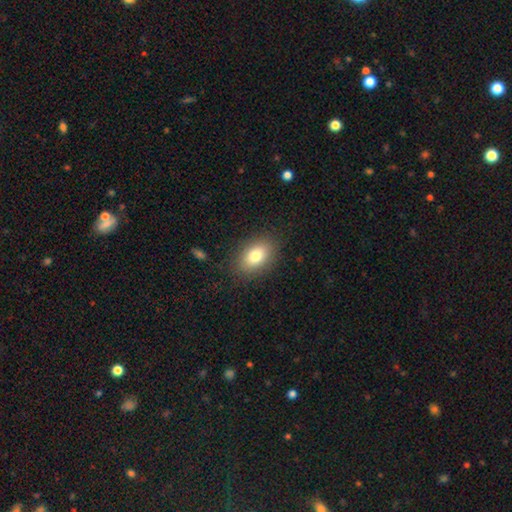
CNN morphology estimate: smooth_or_featured: smooth (p=0.80) [alt: featured or disk p=0.11]
how_rounded: in between (p=0.85) [alt: round p=0.13]
merging: none (p=0.86) [alt: minor disturbance p=0.10]